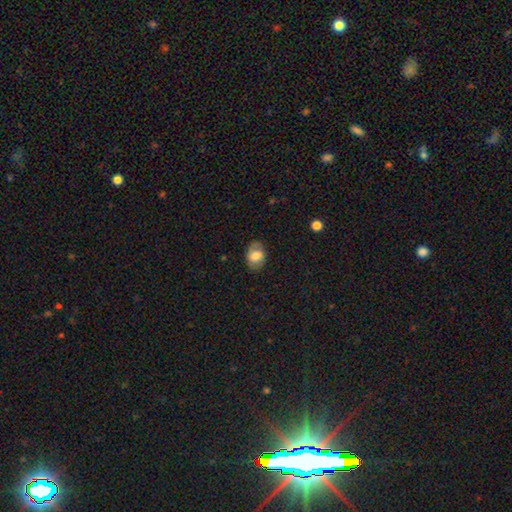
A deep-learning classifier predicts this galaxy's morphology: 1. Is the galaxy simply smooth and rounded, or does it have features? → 67% smooth, 25% featured or disk, 8% star or artifact.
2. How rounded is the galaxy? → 78% in between, 21% round, 1% cigar-shaped.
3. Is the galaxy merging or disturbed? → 76% none, 18% minor disturbance, 5% major disturbance, 1% merger.